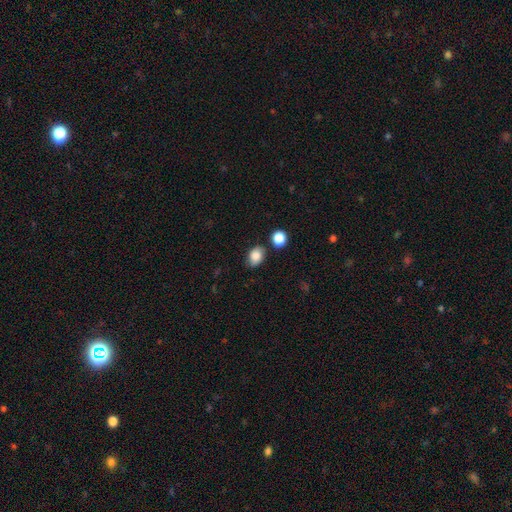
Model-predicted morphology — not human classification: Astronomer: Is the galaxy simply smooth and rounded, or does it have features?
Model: smooth — 84%.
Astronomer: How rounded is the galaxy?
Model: in between — 72%.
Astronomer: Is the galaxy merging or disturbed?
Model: none — 72%.